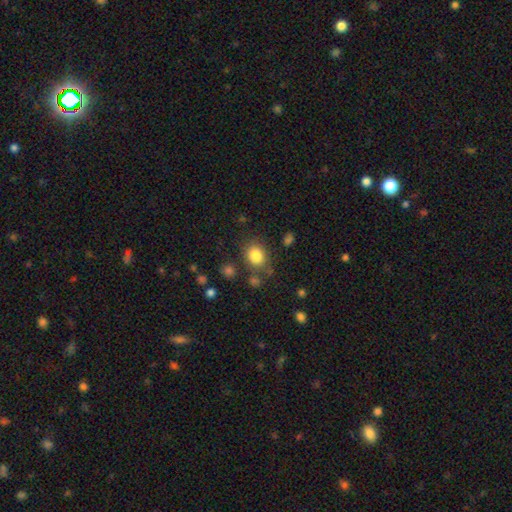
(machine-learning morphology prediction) Smooth or featured?
  - smooth: 83% *
  - star or artifact: 10%
  - featured or disk: 7%
How rounded?
  - round: 54% *
  - in between: 45%
  - cigar-shaped: 1%
Merging?
  - none: 76% *
  - minor disturbance: 13%
  - merger: 6%
  - major disturbance: 5%